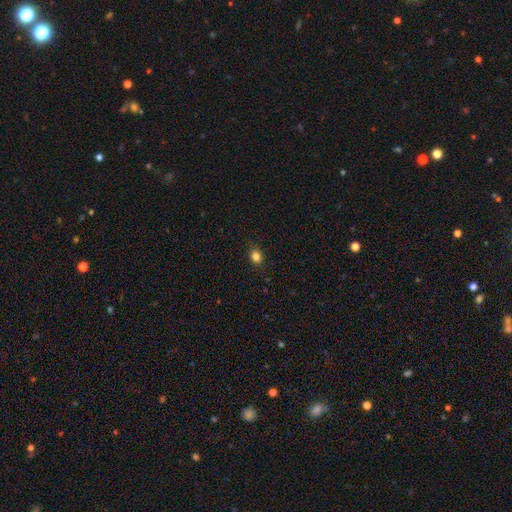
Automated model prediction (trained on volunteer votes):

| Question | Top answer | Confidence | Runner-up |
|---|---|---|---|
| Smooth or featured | smooth | 84% | star or artifact (12%) |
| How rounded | round | 56% | in between (43%) |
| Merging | none | 87% | minor disturbance (9%) |